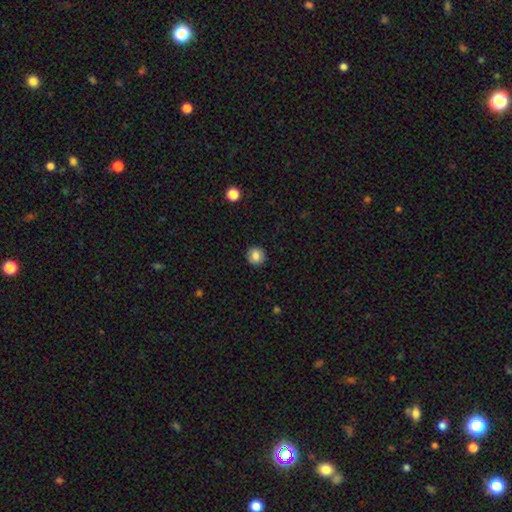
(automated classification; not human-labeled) smooth 84%, star or artifact 9%, featured or disk 7%. Down the decision tree: how rounded — round (91%); merging — none (91%).